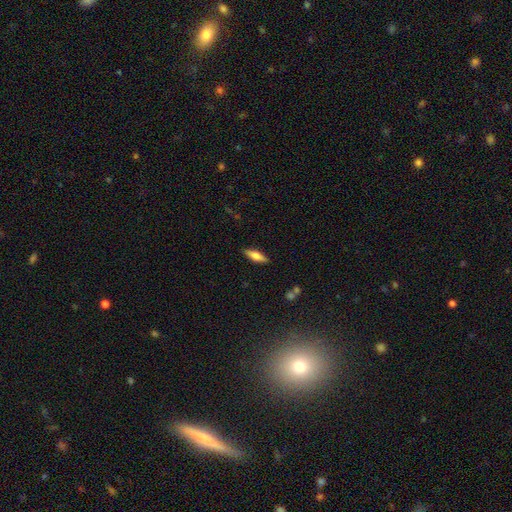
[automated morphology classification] The model was most divided on "how rounded" (2-way tie): in between: 49%, cigar-shaped: 49%, round: 2%. More confident: merging — none (87%); smooth or featured — smooth (66%).